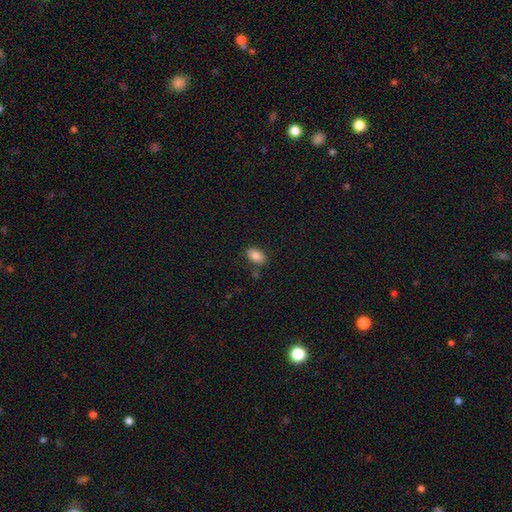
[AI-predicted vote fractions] This appears to be a smooth galaxy with no disk features (84%) that is in between round and cigar-shaped (90%). Merging: none (81%).